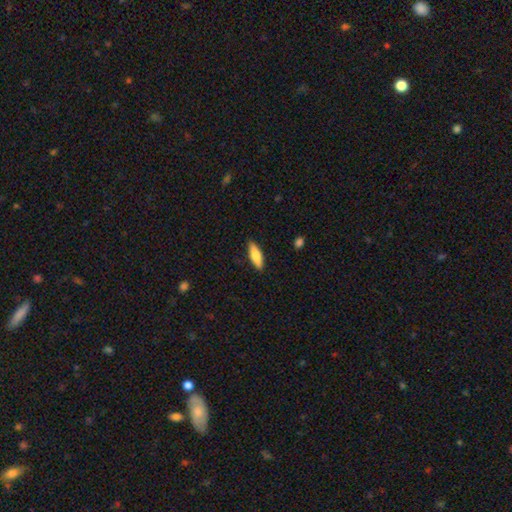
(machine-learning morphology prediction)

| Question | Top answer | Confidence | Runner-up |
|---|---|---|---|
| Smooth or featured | smooth | 71% | featured or disk (23%) |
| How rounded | cigar-shaped | 54% | in between (44%) |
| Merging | none | 88% | minor disturbance (9%) |